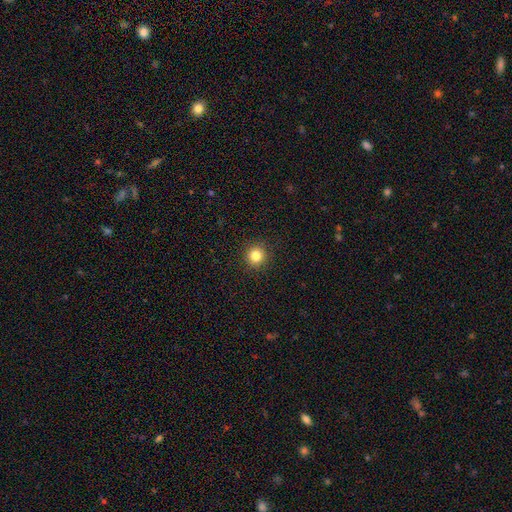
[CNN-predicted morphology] This appears to be a smooth galaxy with no disk features (83%) that is round (94%). Merging: none (92%).